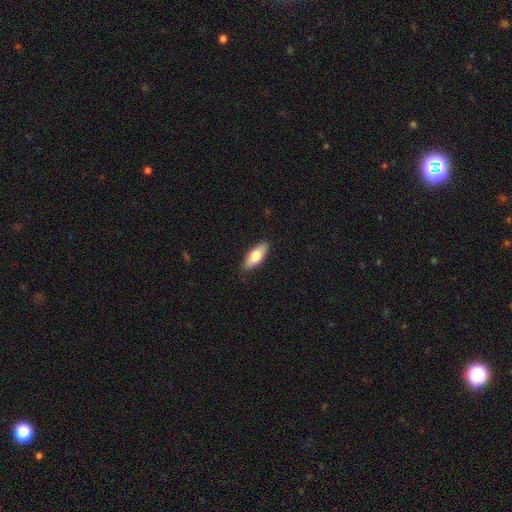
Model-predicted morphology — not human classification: A smooth galaxy with no disk features (74%) that is in between round and cigar-shaped (77%).

Vote fractions:
- Smooth or featured? smooth: 74% / featured or disk: 20% / star or artifact: 6%
- How rounded? in between: 77% / cigar-shaped: 21% / round: 2%
- Merging? none: 88% / minor disturbance: 9% / major disturbance: 2% / merger: 1%